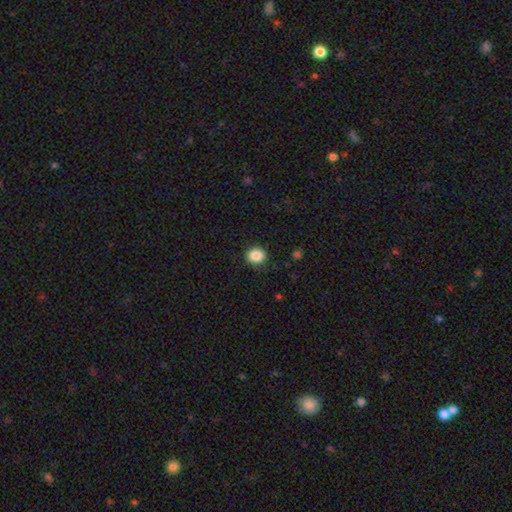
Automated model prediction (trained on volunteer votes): This appears to be a smooth galaxy with no disk features (88%) that is round (70%). Merging: none (89%).